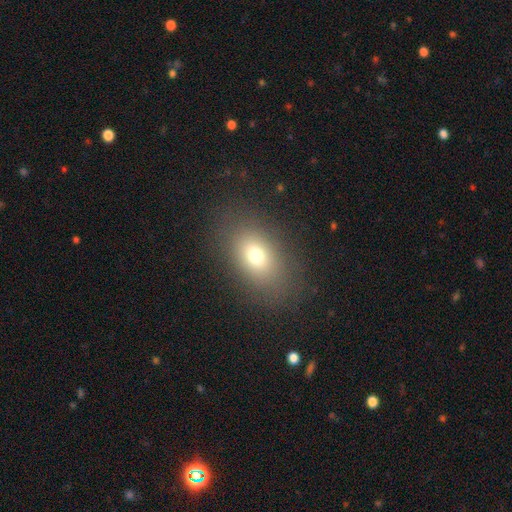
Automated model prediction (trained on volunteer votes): Morphology: type=smooth (72%); roundness=in between (78%); merging=none (83%).